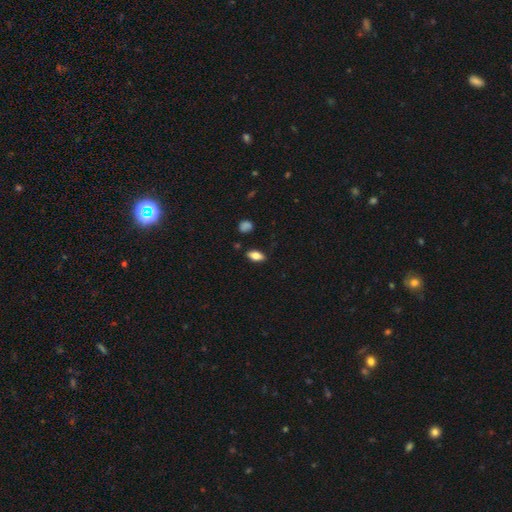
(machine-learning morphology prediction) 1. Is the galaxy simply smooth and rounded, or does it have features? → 75% smooth, 17% featured or disk, 8% star or artifact.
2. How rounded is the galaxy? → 86% in between, 10% cigar-shaped, 5% round.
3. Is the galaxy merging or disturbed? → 85% none, 11% minor disturbance, 2% major disturbance, 2% merger.